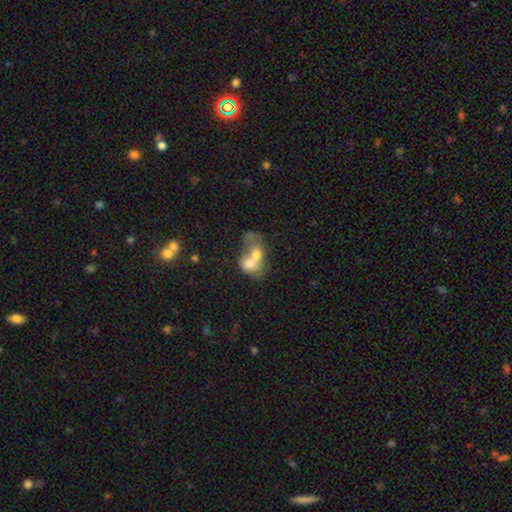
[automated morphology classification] Smooth or featured? Predicted: smooth (p=0.55). How rounded? Predicted: in between (p=0.52). Merging? Predicted: merger (p=0.75).